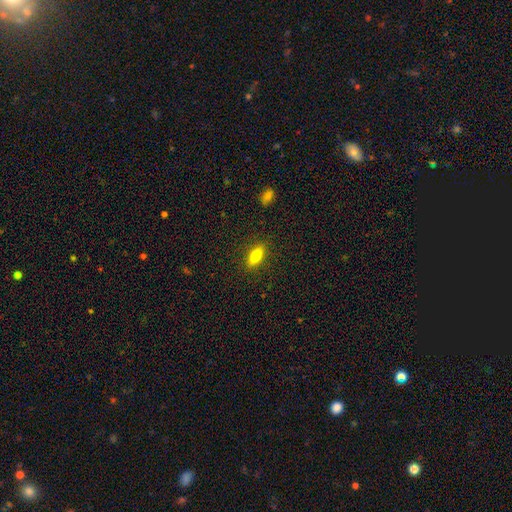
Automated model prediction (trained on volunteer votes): Morphology: type=smooth (76%); roundness=in between (67%); merging=none (88%).